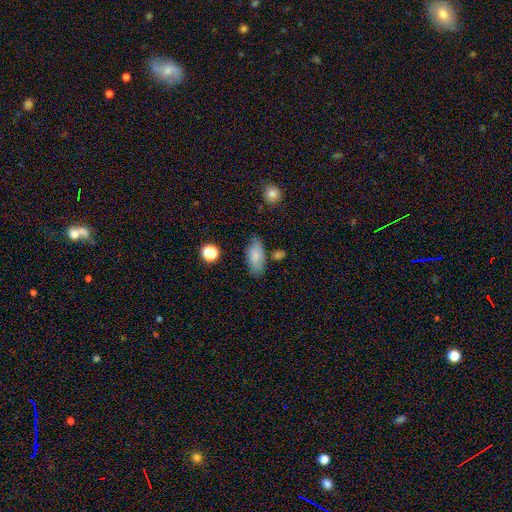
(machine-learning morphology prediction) smooth_or_featured: smooth (p=0.81) [alt: featured or disk p=0.11]
how_rounded: in between (p=0.89) [alt: cigar-shaped p=0.08]
merging: none (p=0.73) [alt: minor disturbance p=0.18]